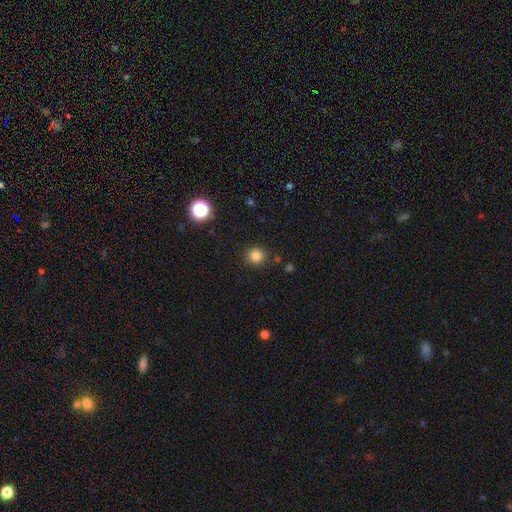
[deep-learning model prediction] smooth 83%, star or artifact 13%, featured or disk 4%. Down the decision tree: how rounded — round (89%); merging — none (86%).